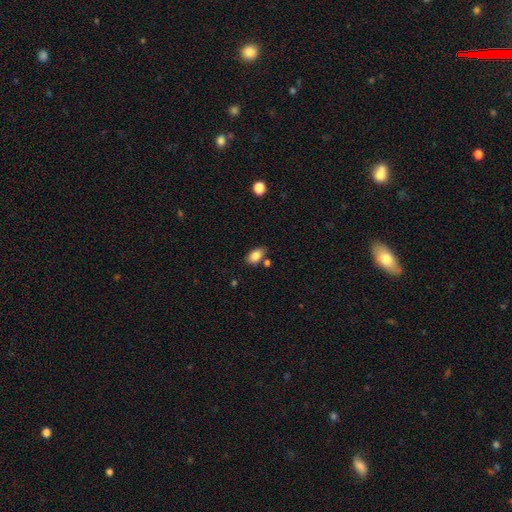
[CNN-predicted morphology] Smooth or featured? smooth (85%)
How rounded? in between (90%)
Merging? none (72%)